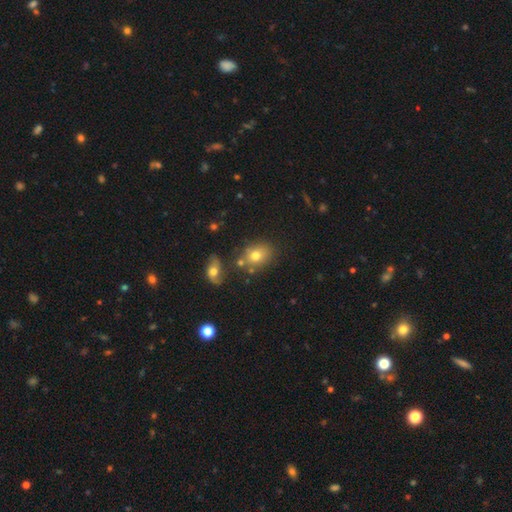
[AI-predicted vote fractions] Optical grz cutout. It shows a smooth galaxy with no disk features (73%) that is in between round and cigar-shaped (59%). Merging: none (66%).